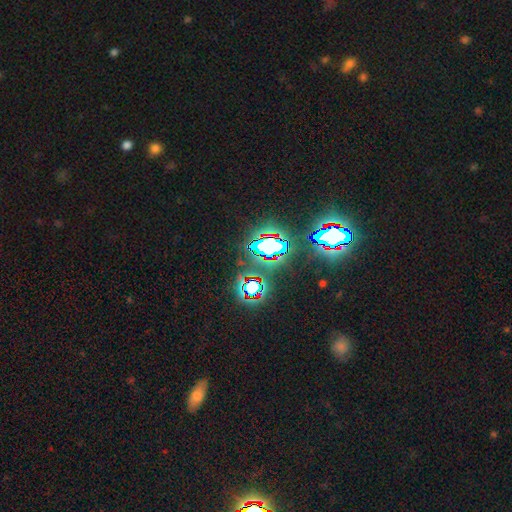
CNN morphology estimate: This appears to be a star or artifact, not a galaxy (80%).